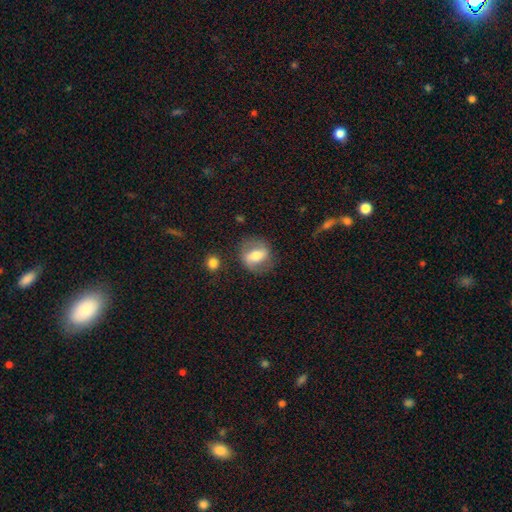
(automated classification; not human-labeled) Smooth or featured? Predicted: featured or disk (p=0.52). Edge-on disk? Predicted: no (p=0.93). Merging? Predicted: none (p=0.75).